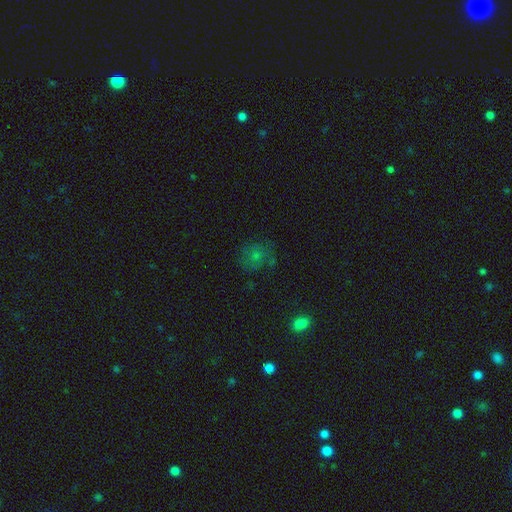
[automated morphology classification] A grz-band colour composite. It shows a smooth galaxy with no disk features (54%) that is round (74%). Merging: none (61%).